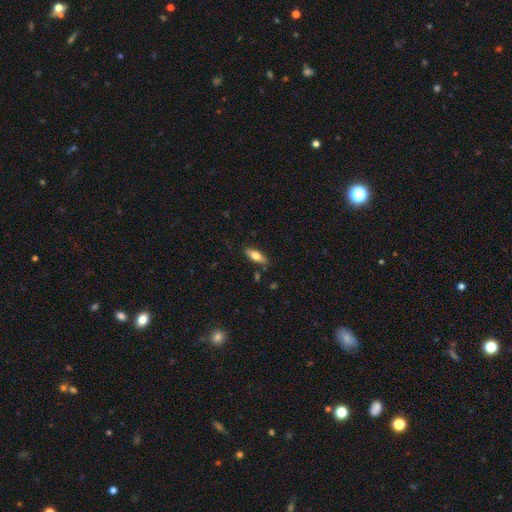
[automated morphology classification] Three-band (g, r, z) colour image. It shows a smooth galaxy with no disk features (66%) that is in between round and cigar-shaped (65%). Merging: none (84%).